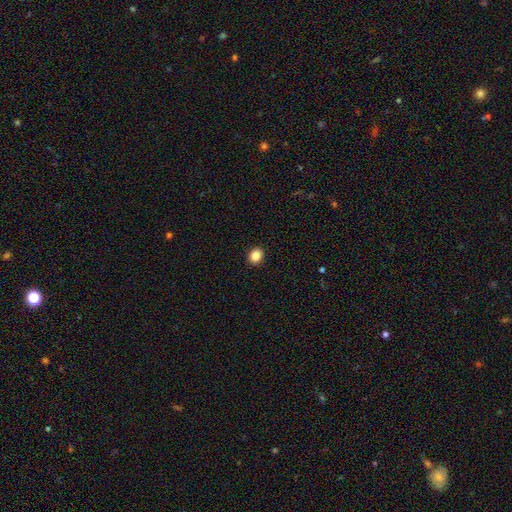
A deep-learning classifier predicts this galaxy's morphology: This appears to be a smooth galaxy with no disk features (88%) that is round (63%). Merging: none (92%).